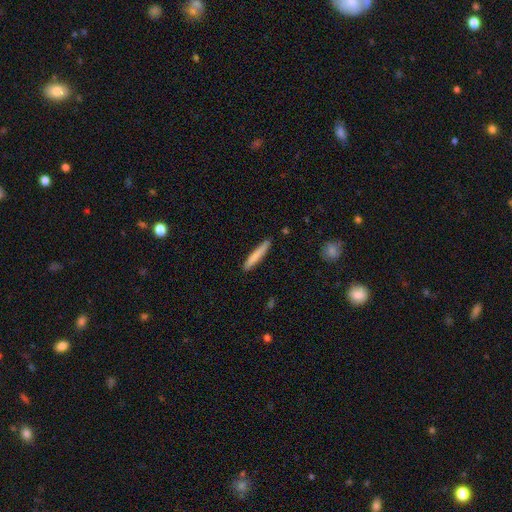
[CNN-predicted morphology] This is likely a smooth galaxy (79%). How rounded: clearly cigar-shaped (95%). Merging: clearly none (88%).